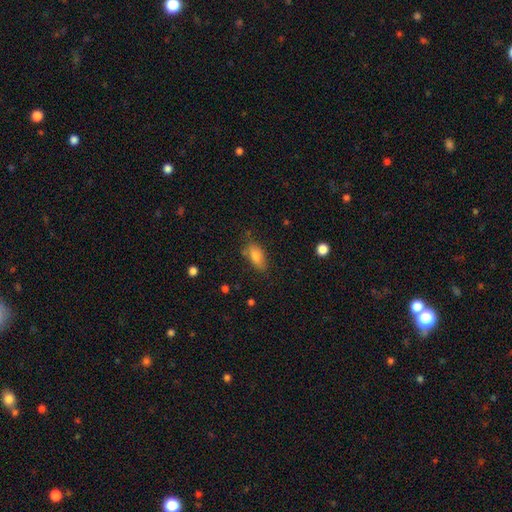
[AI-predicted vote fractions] Smooth or featured? smooth (78%)
How rounded? in between (87%)
Merging? none (70%)